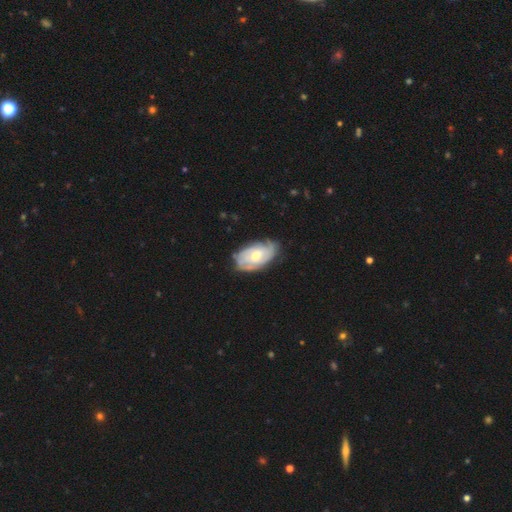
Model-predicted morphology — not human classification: This appears to be a featured or disk galaxy (65%) with no bar (67%), tight (62%) spiral arms (81%) and a moderate central bulge (64%). Merging: none (65%).